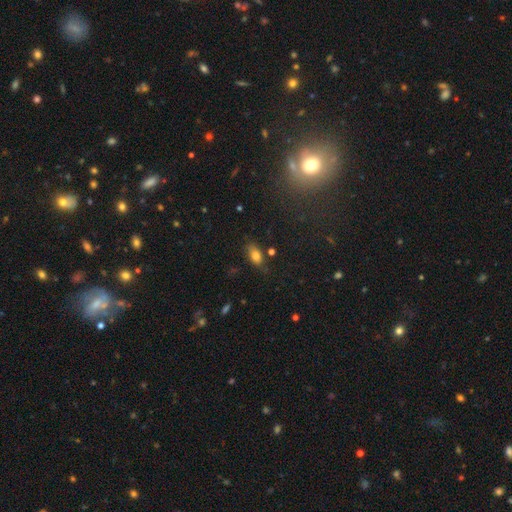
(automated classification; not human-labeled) Overall: smooth (80%). How rounded: in between (88%). Merging: none (72%).